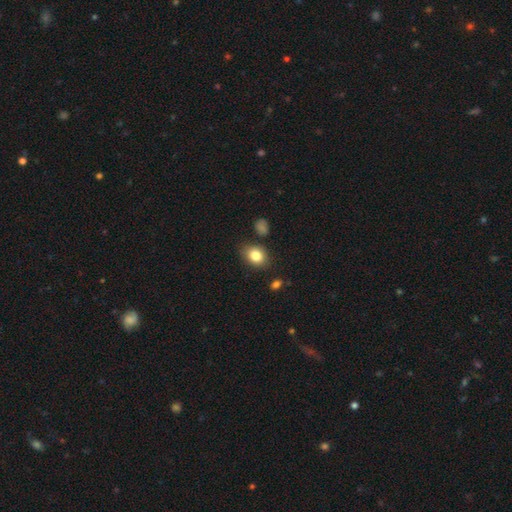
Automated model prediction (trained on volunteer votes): Q: Smooth or featured?
A: smooth (84%); runner-up: star or artifact (9%)
Q: How rounded?
A: in between (61%); runner-up: round (38%)
Q: Merging?
A: none (79%); runner-up: minor disturbance (14%)